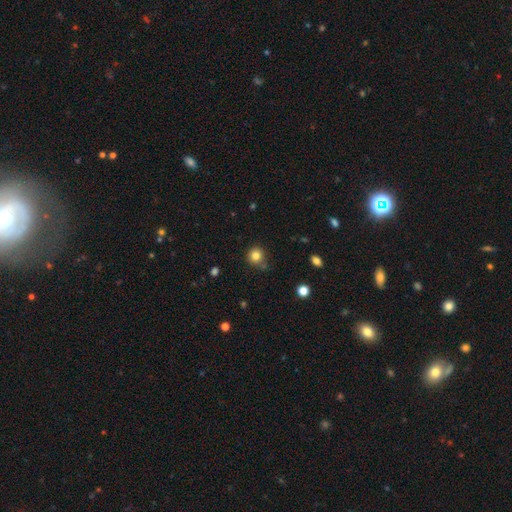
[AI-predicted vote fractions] smooth-or-featured: smooth: 82% | star or artifact: 12% | featured or disk: 6%
  how-rounded: round: 92% | in between: 7% | cigar-shaped: 1%
  merging: none: 78% | minor disturbance: 12% | merger: 6% | major disturbance: 3%